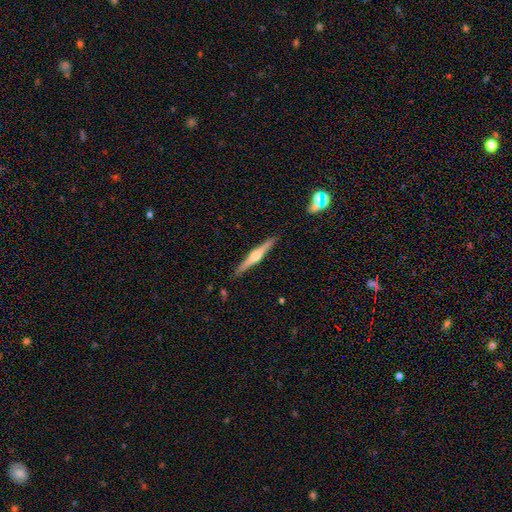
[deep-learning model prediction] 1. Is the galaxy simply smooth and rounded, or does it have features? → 72% featured or disk, 22% smooth, 5% star or artifact.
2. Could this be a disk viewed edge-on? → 98% yes, 2% no.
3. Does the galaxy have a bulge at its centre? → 88% rounded, 7% boxy, 5% none.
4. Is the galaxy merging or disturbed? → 90% none, 7% minor disturbance, 1% major disturbance, 1% merger.